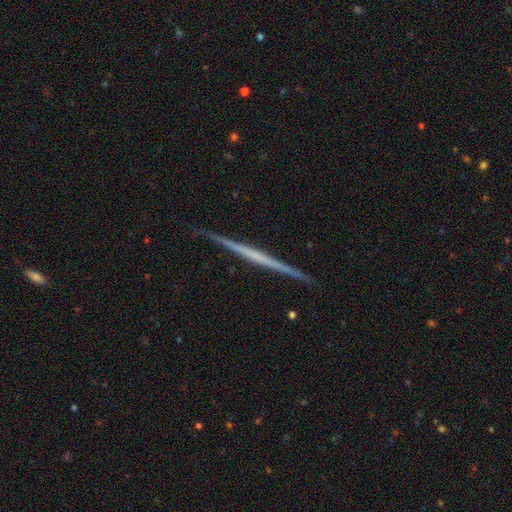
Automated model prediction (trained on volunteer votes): Smooth or featured? featured or disk (71%)
Edge-on disk? yes (98%)
Edge-on bulge? none (87%)
Merging? none (92%)